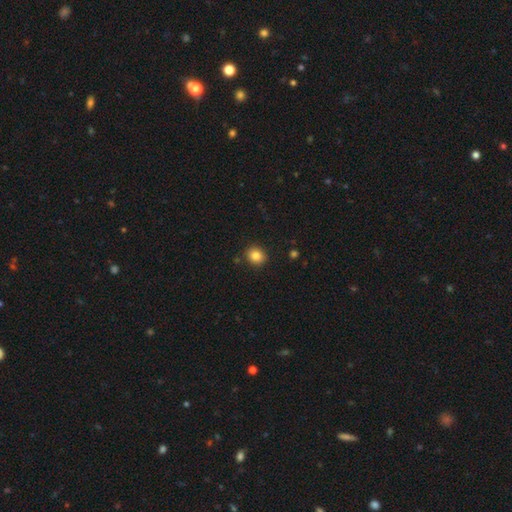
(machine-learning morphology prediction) Smooth or featured: smooth — 84% (star or artifact — 10%)
How rounded: round — 78% (in between — 21%)
Merging: none — 89% (minor disturbance — 7%)